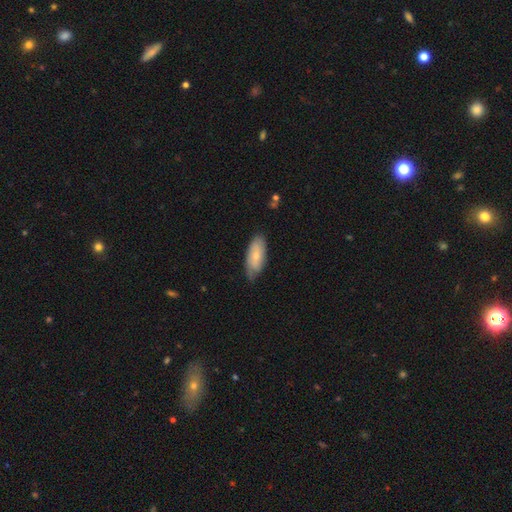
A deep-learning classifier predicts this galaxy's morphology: Smooth or featured? Predicted: smooth (p=0.70). How rounded? Predicted: in between (p=0.83). Merging? Predicted: none (p=0.72).